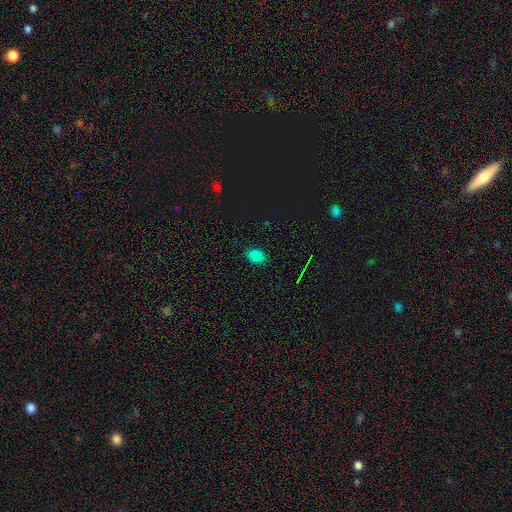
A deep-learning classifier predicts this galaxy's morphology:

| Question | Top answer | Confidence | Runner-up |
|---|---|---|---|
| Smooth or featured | smooth | 79% | star or artifact (15%) |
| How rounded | in between | 77% | round (22%) |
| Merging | none | 85% | minor disturbance (12%) |